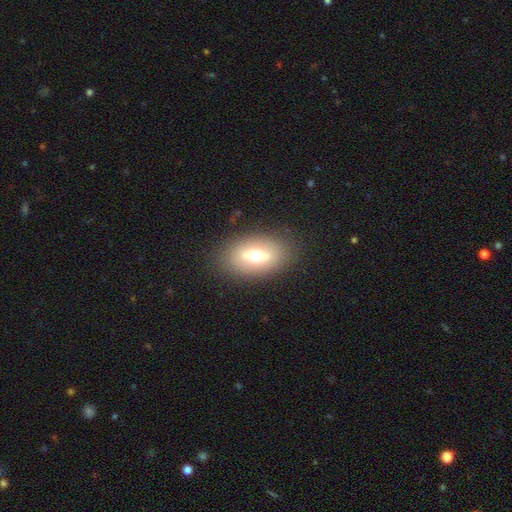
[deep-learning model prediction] smooth-or-featured: smooth: 51% | featured or disk: 40% | star or artifact: 8%
  how-rounded: in between: 86% | round: 8% | cigar-shaped: 6%
  merging: none: 85% | minor disturbance: 10% | major disturbance: 4% | merger: 1%